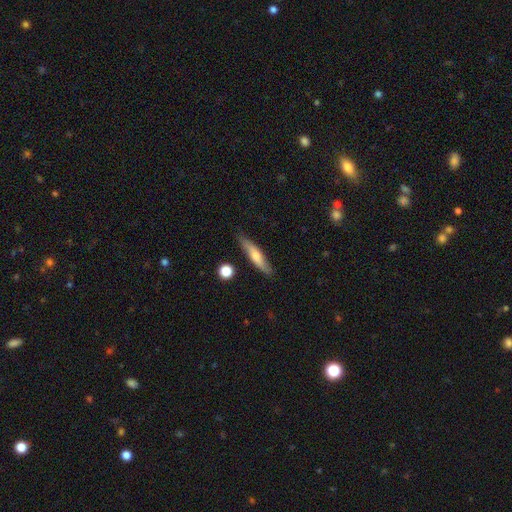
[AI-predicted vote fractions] Overall: smooth (57%; featured or disk 37%). How rounded: cigar-shaped (83%). Merging: none (83%).